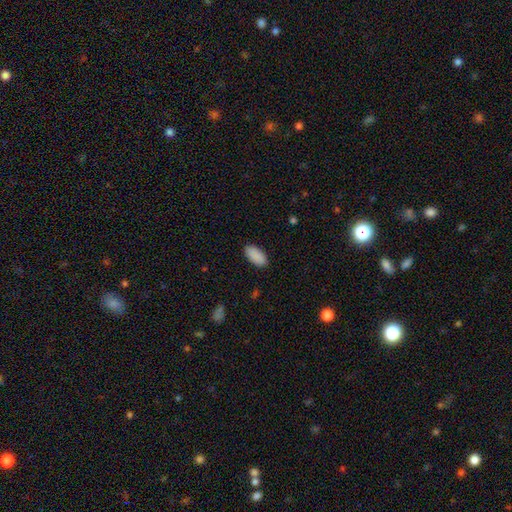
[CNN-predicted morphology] type=smooth (90%); roundness=in between (93%); merging=none (88%).